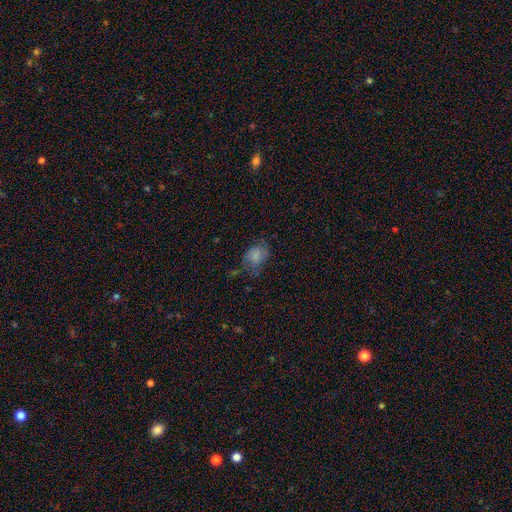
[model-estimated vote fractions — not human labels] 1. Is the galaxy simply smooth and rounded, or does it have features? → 74% smooth, 16% featured or disk, 10% star or artifact.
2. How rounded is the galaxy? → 69% in between, 29% round, 1% cigar-shaped.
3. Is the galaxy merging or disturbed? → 50% none, 31% minor disturbance, 17% major disturbance, 3% merger.